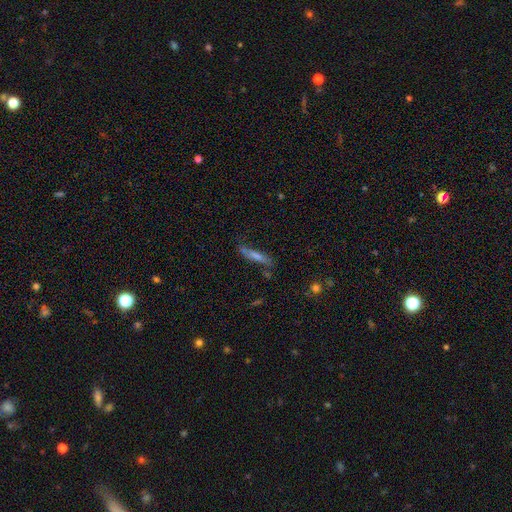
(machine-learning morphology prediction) This is possibly a smooth galaxy (46%). Merging: likely none (66%).